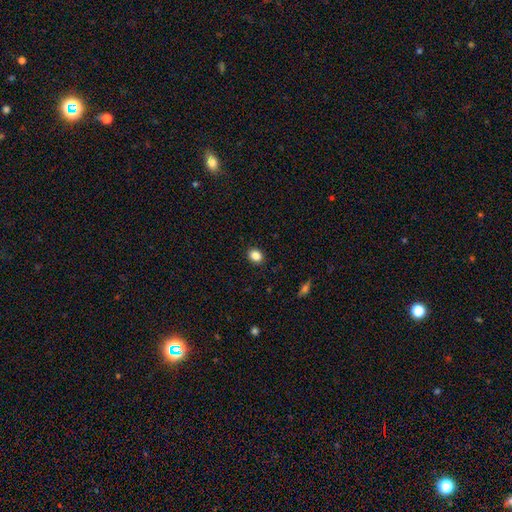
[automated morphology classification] Overall: smooth (86%). How rounded: round (53%; in between 46%). Merging: none (90%).